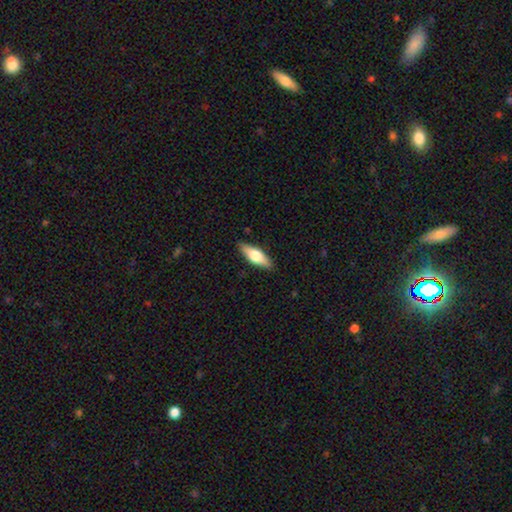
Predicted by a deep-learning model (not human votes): smooth-or-featured: smooth: 60% | featured or disk: 35% | star or artifact: 6%
  how-rounded: in between: 61% | cigar-shaped: 37% | round: 2%
  merging: none: 88% | minor disturbance: 9% | major disturbance: 2% | merger: 1%